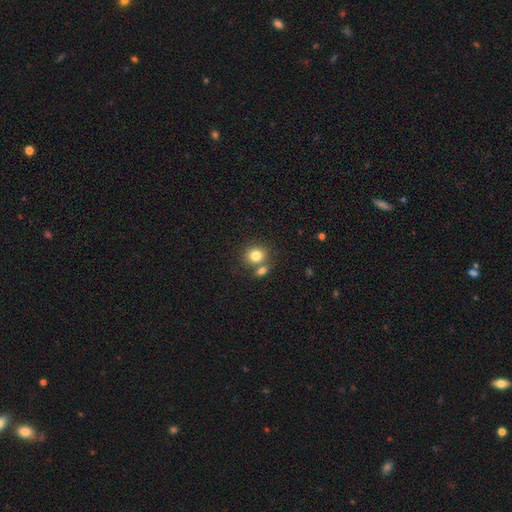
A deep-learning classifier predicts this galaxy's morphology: Smooth or featured: smooth — 81% (star or artifact — 10%)
How rounded: round — 76% (in between — 23%)
Merging: none — 59% (merger — 28%)